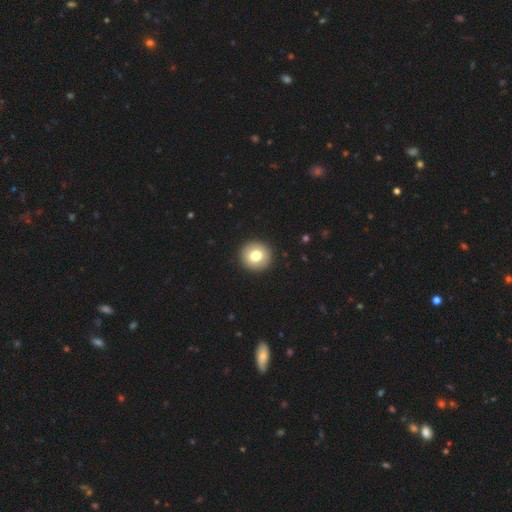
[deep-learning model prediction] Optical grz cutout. It shows a smooth galaxy with no disk features (77%) that is round (94%). Merging: none (93%).